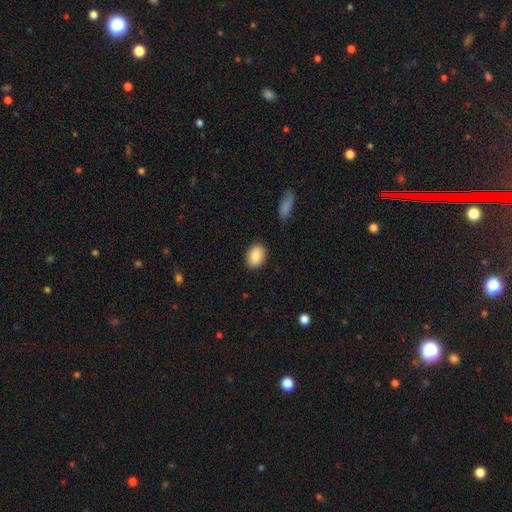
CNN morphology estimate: type=smooth (87%); roundness=in between (75%); merging=none (88%).